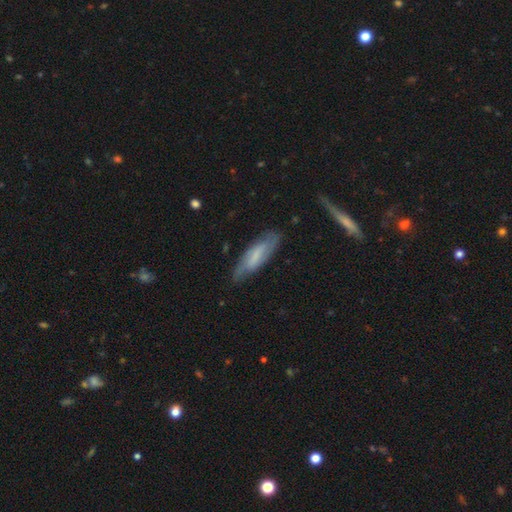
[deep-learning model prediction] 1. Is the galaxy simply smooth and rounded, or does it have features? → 48% smooth, 45% featured or disk, 7% star or artifact.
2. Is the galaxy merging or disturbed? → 75% none, 19% minor disturbance, 5% major disturbance, 2% merger.